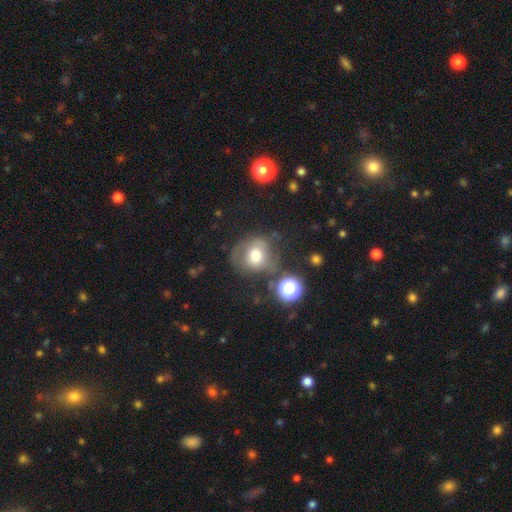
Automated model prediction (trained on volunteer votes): Overall: smooth (62%; featured or disk 24%). How rounded: round (70%). Merging: none (46%; minor disturbance 25%).